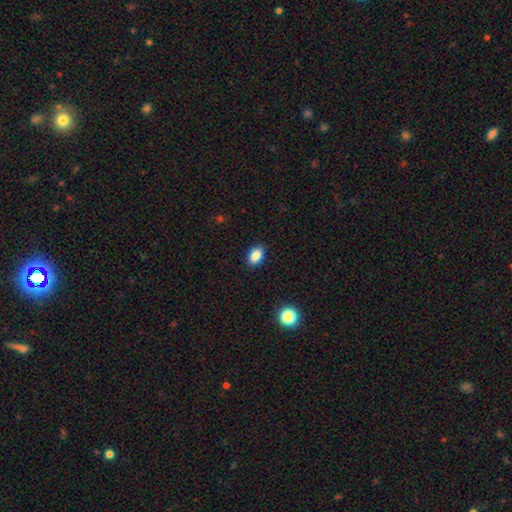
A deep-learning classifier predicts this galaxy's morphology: A smooth galaxy with no disk features (87%) that is in between round and cigar-shaped (83%). Merging: none (88%).